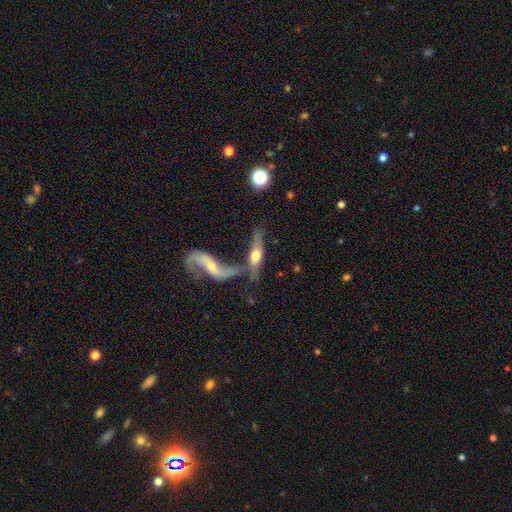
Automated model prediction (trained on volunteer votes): The model was most divided on "smooth or featured": featured or disk: 57%, smooth: 36%, star or artifact: 7%. More confident: edge-on disk — yes (63%); merging — merger (52%).